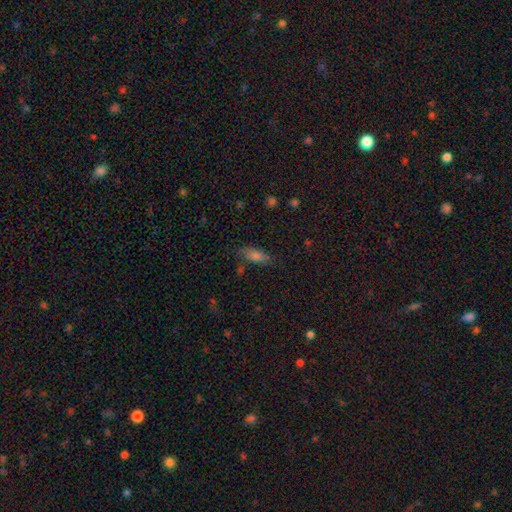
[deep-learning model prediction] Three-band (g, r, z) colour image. It shows a smooth galaxy with no disk features (72%) that is in between round and cigar-shaped (68%). Merging: none (78%).